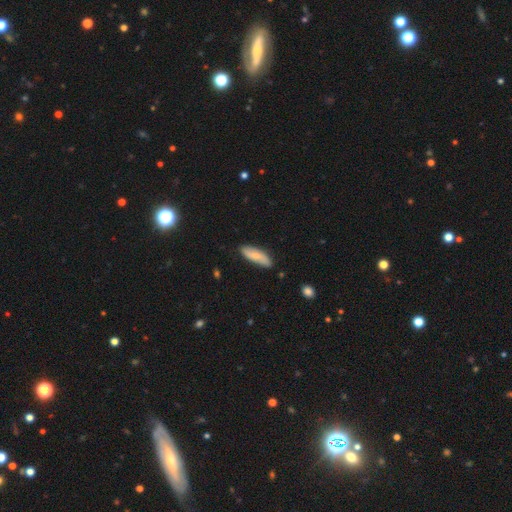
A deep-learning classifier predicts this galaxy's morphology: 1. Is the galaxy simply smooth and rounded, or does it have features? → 65% smooth, 29% featured or disk, 6% star or artifact.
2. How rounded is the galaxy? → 57% in between, 41% cigar-shaped, 2% round.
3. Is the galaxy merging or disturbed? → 83% none, 13% minor disturbance, 2% major disturbance, 2% merger.